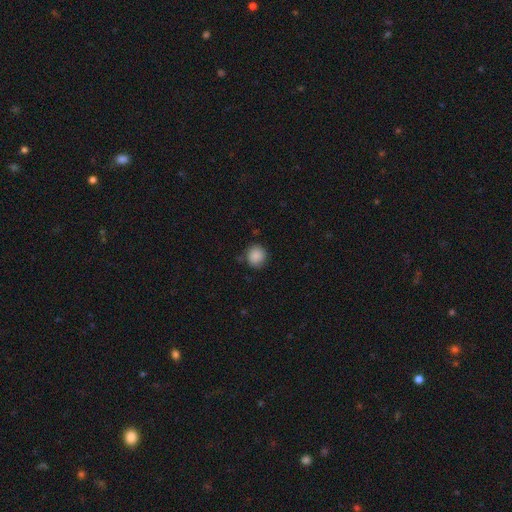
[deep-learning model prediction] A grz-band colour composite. It shows a smooth galaxy with no disk features (88%) that is round (90%). Merging: none (83%).